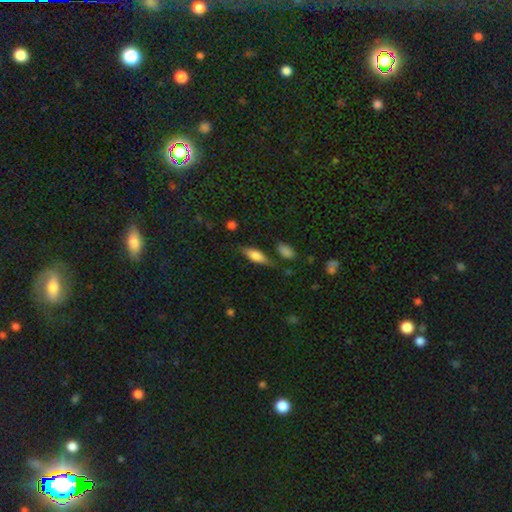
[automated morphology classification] Smooth or featured?
  - smooth: 65% *
  - featured or disk: 27%
  - star or artifact: 8%
How rounded?
  - in between: 61% *
  - cigar-shaped: 36%
  - round: 3%
Merging?
  - none: 71% *
  - minor disturbance: 19%
  - major disturbance: 6%
  - merger: 5%